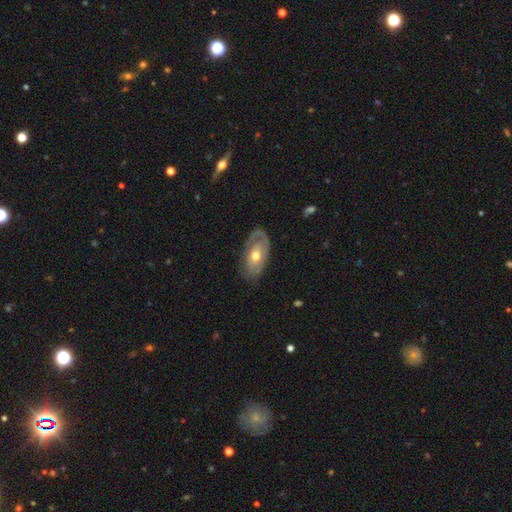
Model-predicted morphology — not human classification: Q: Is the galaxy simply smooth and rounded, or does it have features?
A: featured or disk — 64%.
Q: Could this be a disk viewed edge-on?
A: no — 89%.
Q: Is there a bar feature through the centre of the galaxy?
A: no — 77%.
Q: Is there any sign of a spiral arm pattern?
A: yes — 57%.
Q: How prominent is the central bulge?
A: moderate — 72%.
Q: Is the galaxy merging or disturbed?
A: none — 69%.